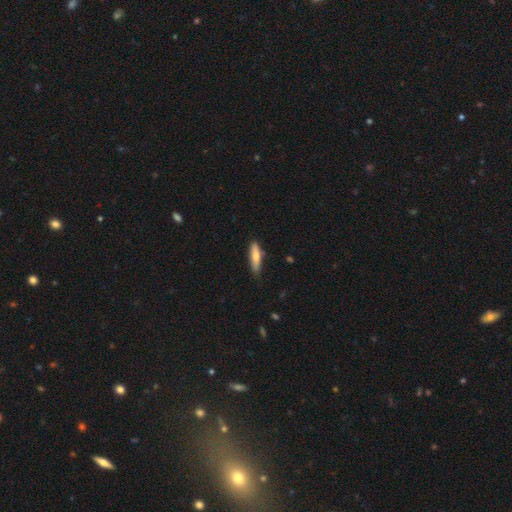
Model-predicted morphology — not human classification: Smooth or featured: smooth — 67% (featured or disk — 27%)
How rounded: cigar-shaped — 74% (in between — 24%)
Merging: none — 78% (minor disturbance — 17%)